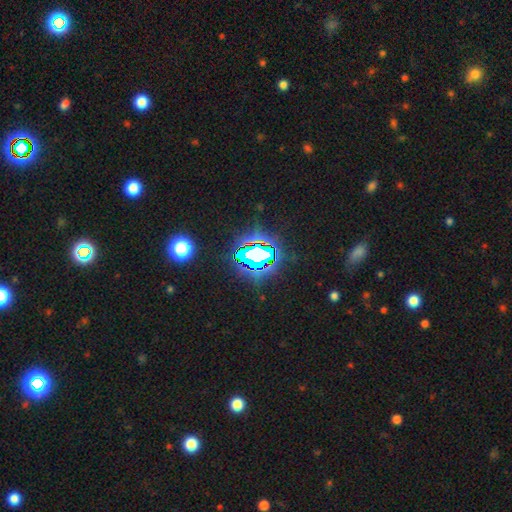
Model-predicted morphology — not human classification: smooth-or-featured: star or artifact: 70% | smooth: 17% | featured or disk: 13%